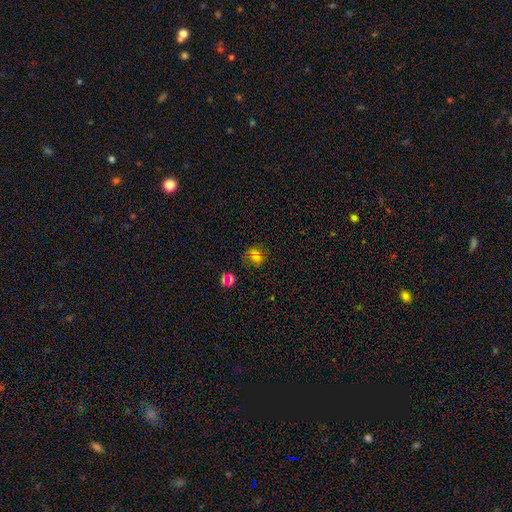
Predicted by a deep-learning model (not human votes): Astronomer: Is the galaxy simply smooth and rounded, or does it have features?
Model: smooth — 60%.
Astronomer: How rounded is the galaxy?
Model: round — 56% (runner-up: in between, 42%).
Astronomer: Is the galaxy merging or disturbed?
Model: none — 72%.